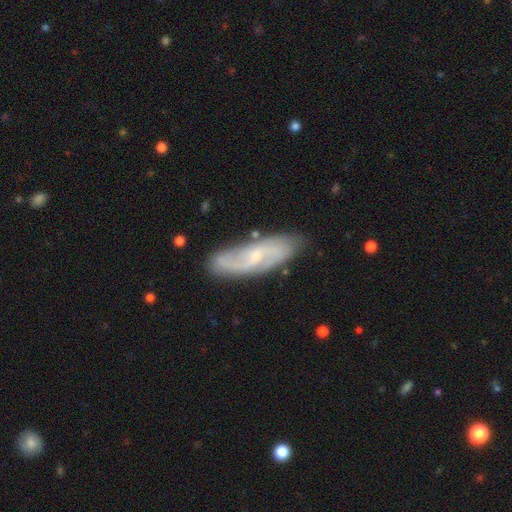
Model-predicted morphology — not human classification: A featured or disk galaxy (74%) with a weak bar (47%), 2 (70%) medium (42%) spiral arms (92%) and a small central bulge (66%). Merging: none (78%).